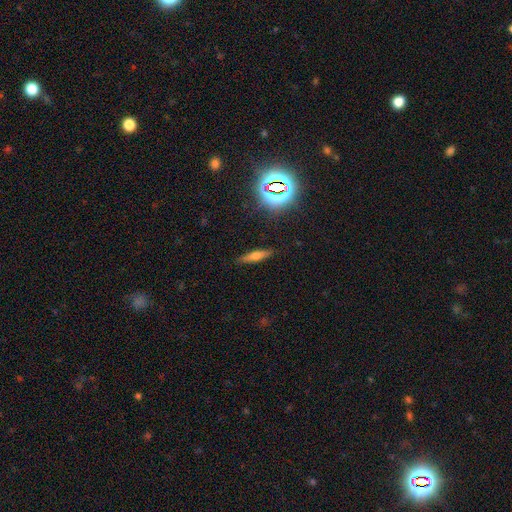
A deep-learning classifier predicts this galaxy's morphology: Smooth or featured? Predicted: smooth (p=0.55). How rounded? Predicted: cigar-shaped (p=0.73). Merging? Predicted: none (p=0.85).